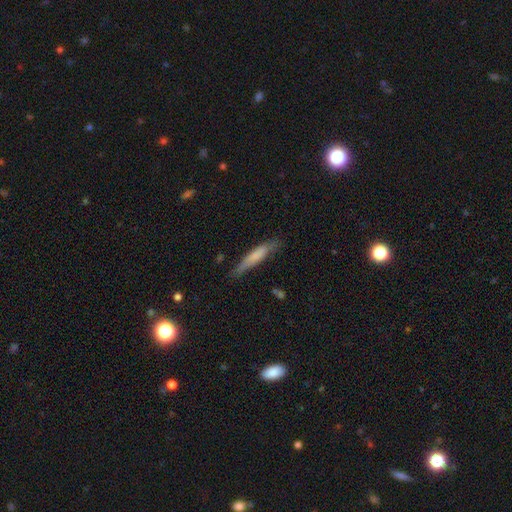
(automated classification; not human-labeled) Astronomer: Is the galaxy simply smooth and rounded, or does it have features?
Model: smooth — 67%.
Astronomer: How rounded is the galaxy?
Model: cigar-shaped — 88%.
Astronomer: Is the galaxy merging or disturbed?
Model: none — 73%.